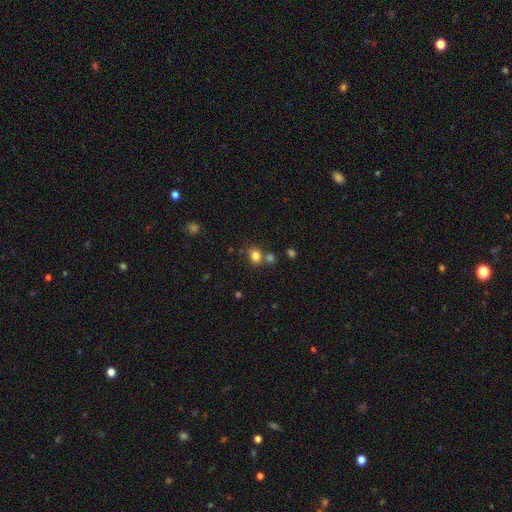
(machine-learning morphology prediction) smooth-or-featured: smooth: 79% | star or artifact: 13% | featured or disk: 7%
  how-rounded: round: 59% | in between: 40% | cigar-shaped: 1%
  merging: none: 60% | merger: 23% | minor disturbance: 12% | major disturbance: 5%